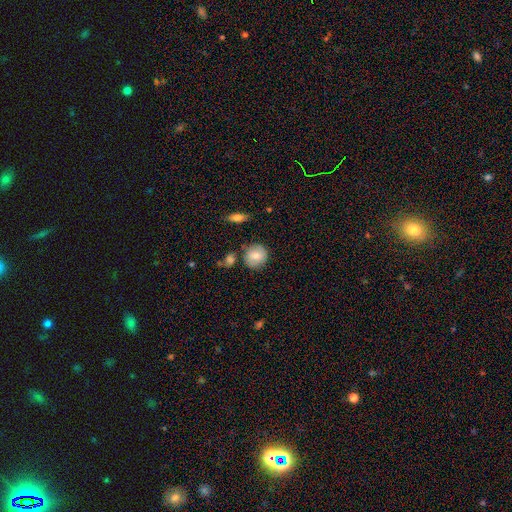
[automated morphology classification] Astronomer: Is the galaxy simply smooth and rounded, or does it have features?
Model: smooth — 73%.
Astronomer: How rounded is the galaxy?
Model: round — 85%.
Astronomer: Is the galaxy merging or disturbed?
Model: none — 76%.